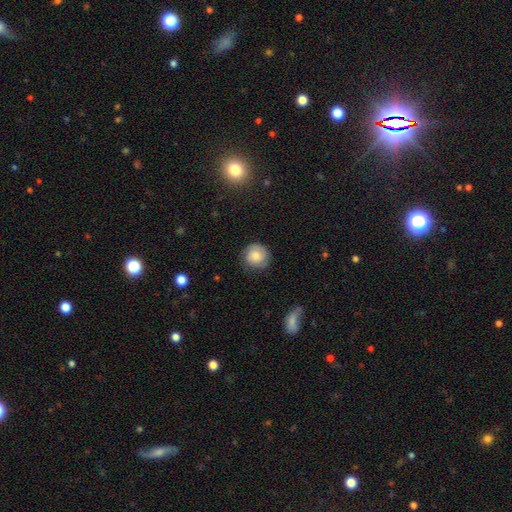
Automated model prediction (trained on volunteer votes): Overall: smooth (63%; featured or disk 29%). How rounded: round (90%). Merging: none (77%).